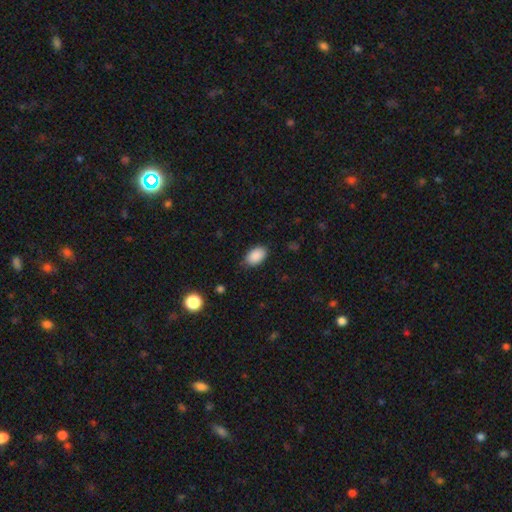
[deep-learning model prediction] Smooth or featured: smooth — 90% (star or artifact — 7%)
How rounded: in between — 92% (round — 7%)
Merging: none — 82% (minor disturbance — 14%)